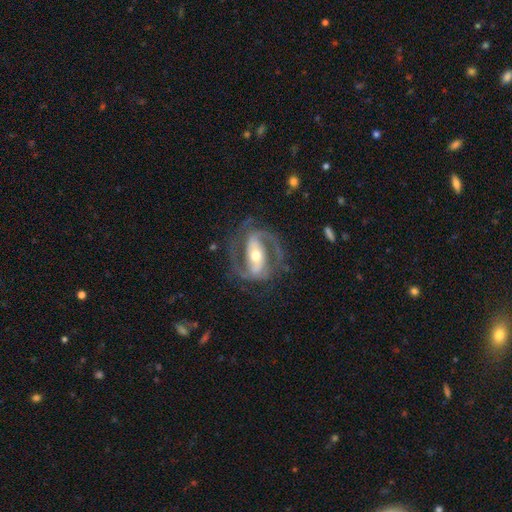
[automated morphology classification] type=featured or disk (89%); edge-on=no (96%); bar=strong (60%); spiral arms=yes (95%); winding=medium (55%); arm count=2 (89%); bulge=moderate (63%); merging=none (74%).